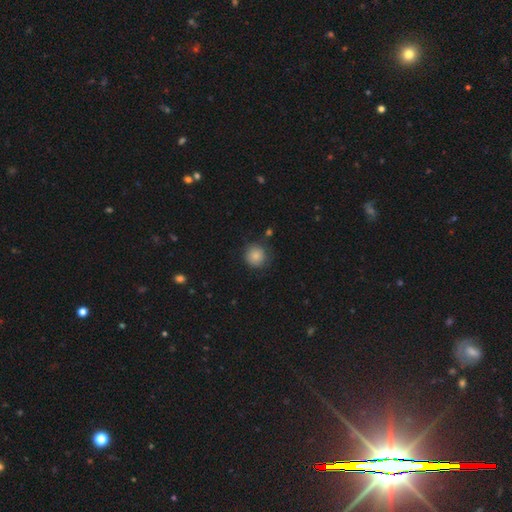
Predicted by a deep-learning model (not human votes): smooth 85%, star or artifact 9%, featured or disk 6%. Down the decision tree: how rounded — round (92%); merging — none (80%).